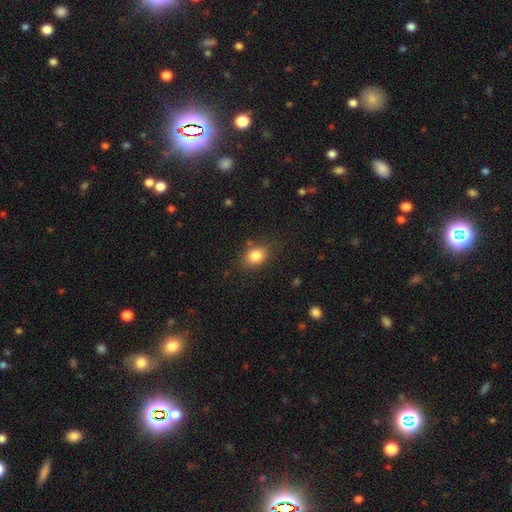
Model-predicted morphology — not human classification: Smooth or featured? smooth (84%)
How rounded? in between (60%)
Merging? none (80%)